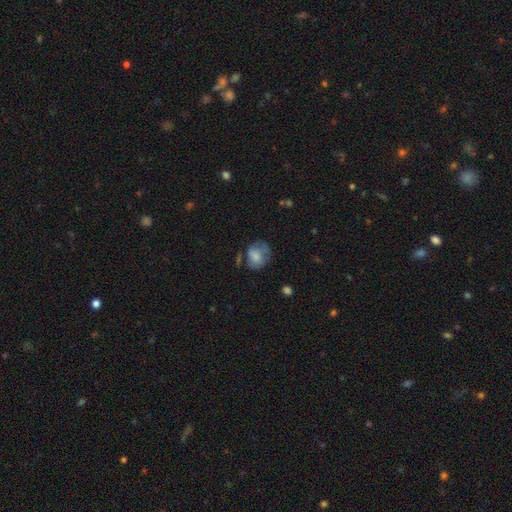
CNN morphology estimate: smooth_or_featured: smooth (p=0.69) [alt: featured or disk p=0.23]
how_rounded: round (p=0.55) [alt: in between p=0.44]
merging: none (p=0.46) [alt: minor disturbance p=0.29]